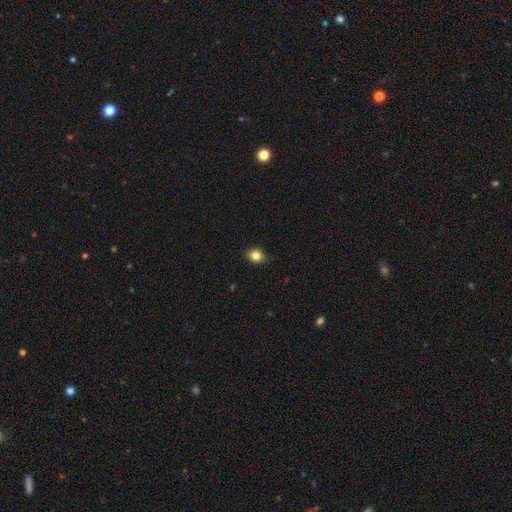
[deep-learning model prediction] Smooth or featured?
  - smooth: 83% *
  - star or artifact: 11%
  - featured or disk: 5%
How rounded?
  - round: 71% *
  - in between: 28%
  - cigar-shaped: 1%
Merging?
  - none: 89% *
  - minor disturbance: 8%
  - major disturbance: 2%
  - merger: 1%